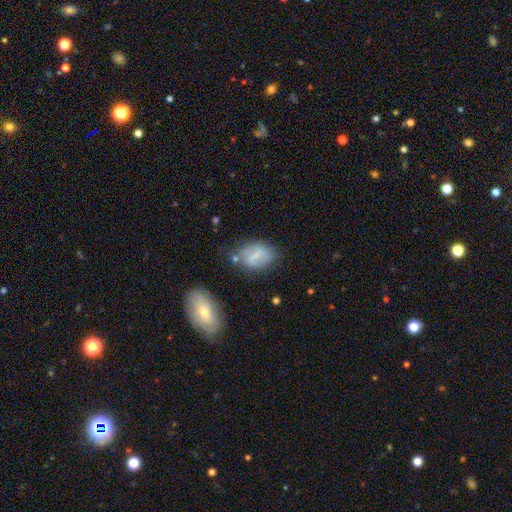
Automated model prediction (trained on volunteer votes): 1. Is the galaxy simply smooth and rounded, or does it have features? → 54% smooth, 38% featured or disk, 8% star or artifact.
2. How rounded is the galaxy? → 83% in between, 15% round, 3% cigar-shaped.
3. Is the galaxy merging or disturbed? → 61% none, 24% minor disturbance, 8% major disturbance, 7% merger.